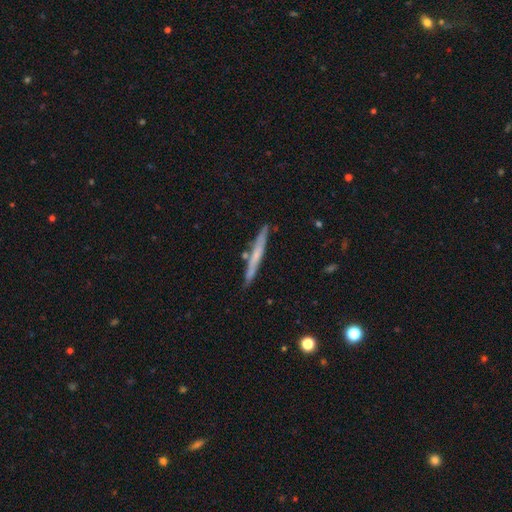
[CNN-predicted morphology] Q: Smooth or featured?
A: featured or disk (48%); runner-up: smooth (46%)
Q: Merging?
A: none (85%); runner-up: minor disturbance (9%)